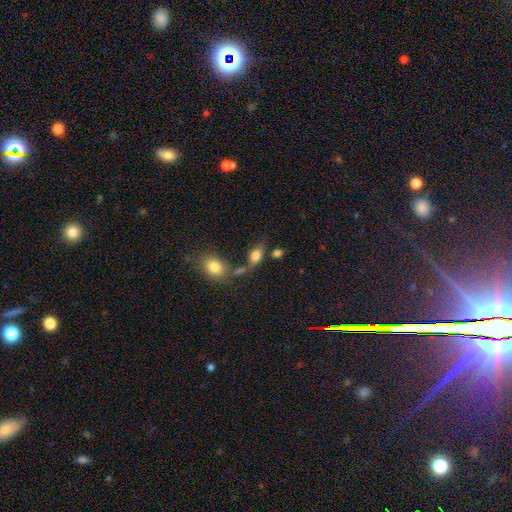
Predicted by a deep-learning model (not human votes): Smooth or featured? Predicted: smooth (p=0.75). How rounded? Predicted: in between (p=0.81). Merging? Predicted: none (p=0.51).